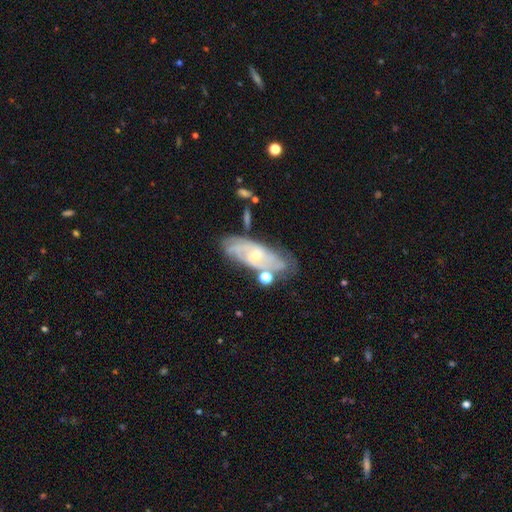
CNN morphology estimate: Smooth or featured? Predicted: featured or disk (p=0.76). Edge-on disk? Predicted: no (p=0.88). Bar? Predicted: no (p=0.72). Spiral arms? Predicted: yes (p=0.86). Spiral winding? Predicted: tight (p=0.62). Spiral arm count? Predicted: can't tell (p=0.51). Bulge size? Predicted: small (p=0.64). Merging? Predicted: none (p=0.60).